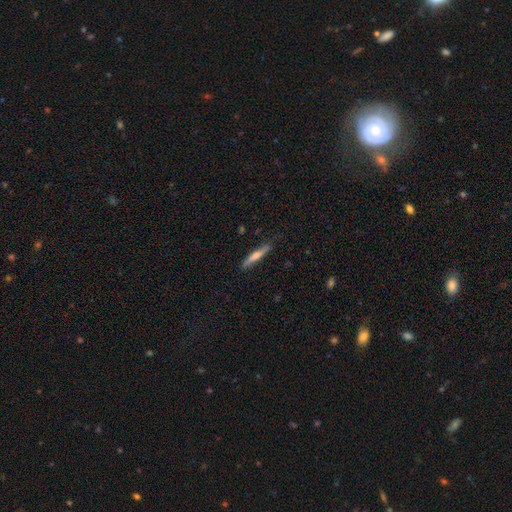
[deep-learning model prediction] featured or disk 47% (tied), smooth 47% (tied), star or artifact 7%. Down the decision tree: merging — none (83%).